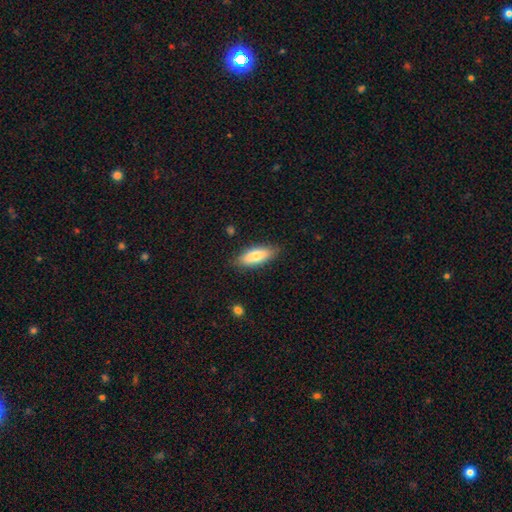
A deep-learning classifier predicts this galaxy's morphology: Smooth or featured? smooth (77%)
How rounded? in between (68%)
Merging? none (85%)